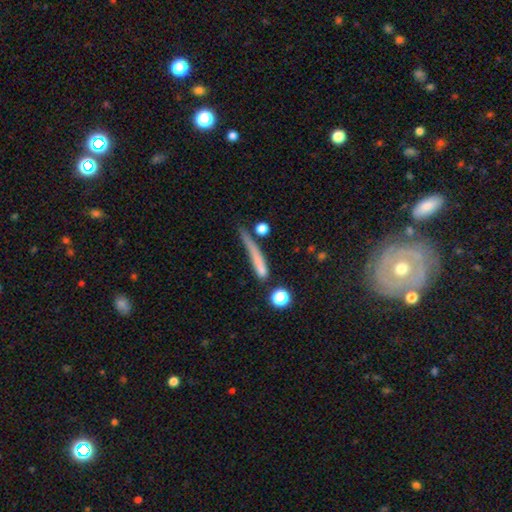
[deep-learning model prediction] Smooth or featured: smooth — 62% (featured or disk — 27%)
How rounded: cigar-shaped — 84% (in between — 9%)
Merging: none — 53% (minor disturbance — 22%)